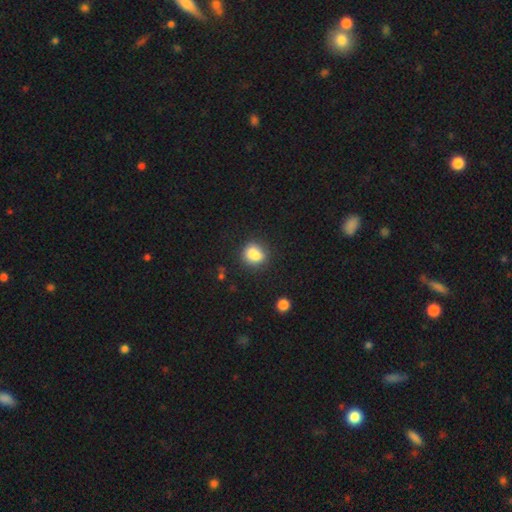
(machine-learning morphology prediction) The model was most divided on "how rounded": round: 59%, in between: 39%, cigar-shaped: 2%. More confident: smooth or featured — smooth (81%); merging — none (64%).